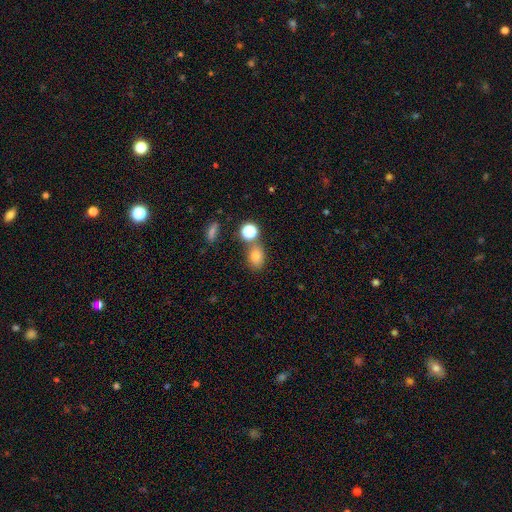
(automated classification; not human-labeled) Smooth or featured?
  - smooth: 76% *
  - star or artifact: 15%
  - featured or disk: 9%
How rounded?
  - in between: 64% *
  - round: 34%
  - cigar-shaped: 2%
Merging?
  - none: 67% *
  - merger: 17%
  - minor disturbance: 12%
  - major disturbance: 4%